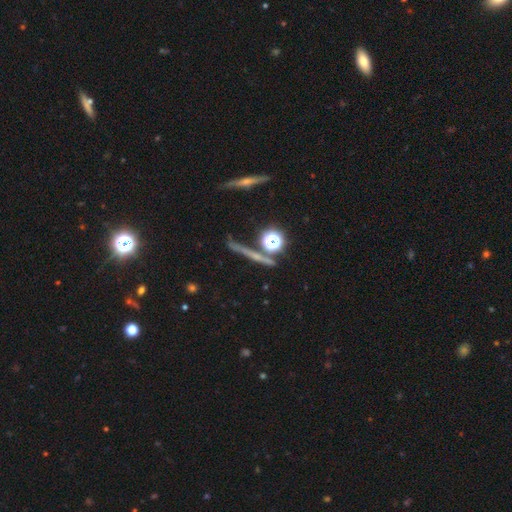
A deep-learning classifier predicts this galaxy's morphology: type=featured or disk (40%); merging=none (79%).